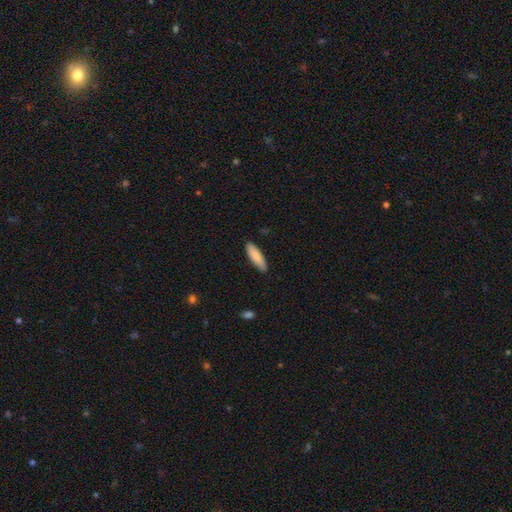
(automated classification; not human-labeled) A smooth galaxy with no disk features (87%) that is cigar-shaped (61%). Merging: none (87%).